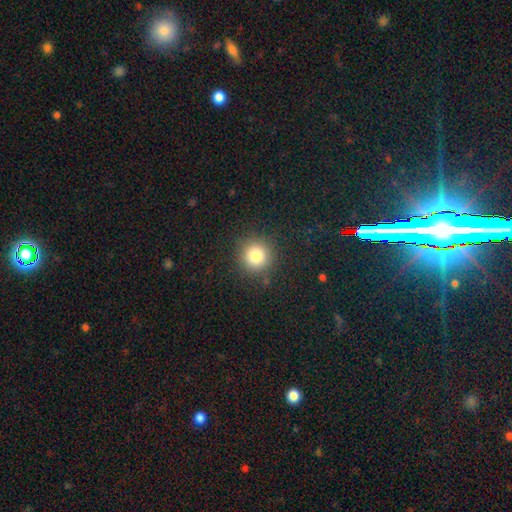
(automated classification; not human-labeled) smooth-or-featured: smooth: 82% | star or artifact: 12% | featured or disk: 6%
  how-rounded: round: 94% | in between: 5% | cigar-shaped: 1%
  merging: none: 88% | minor disturbance: 8% | major disturbance: 3% | merger: 1%